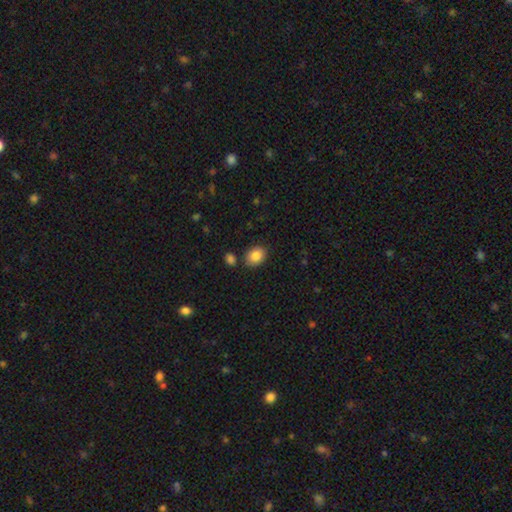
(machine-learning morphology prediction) Smooth or featured? smooth (86%)
How rounded? in between (60%)
Merging? none (80%)